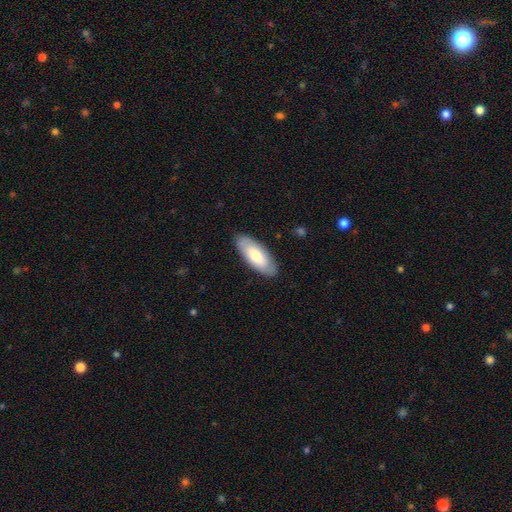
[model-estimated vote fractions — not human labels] This is likely a smooth galaxy (67%). How rounded: clearly in between (83%). Merging: clearly none (87%).